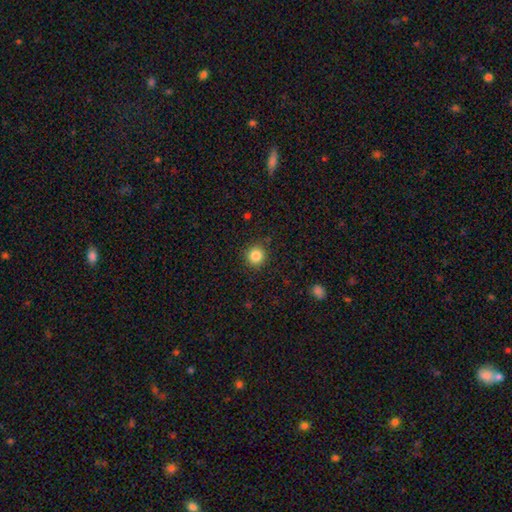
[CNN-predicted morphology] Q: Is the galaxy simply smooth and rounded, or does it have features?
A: smooth — 85%.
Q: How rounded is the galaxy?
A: round — 94%.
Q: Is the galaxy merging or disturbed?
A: none — 89%.